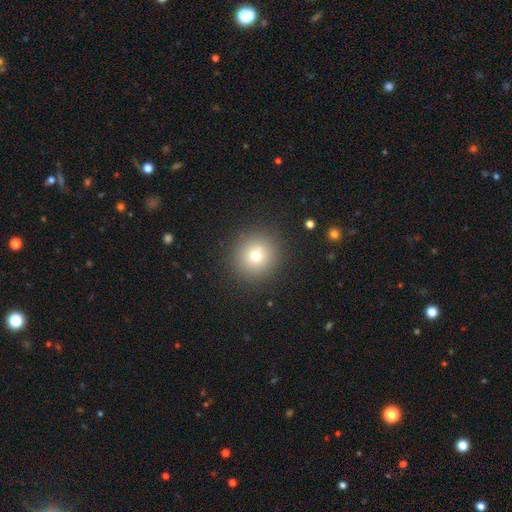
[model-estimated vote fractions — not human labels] Morphology: type=smooth (74%); roundness=round (94%); merging=none (91%).